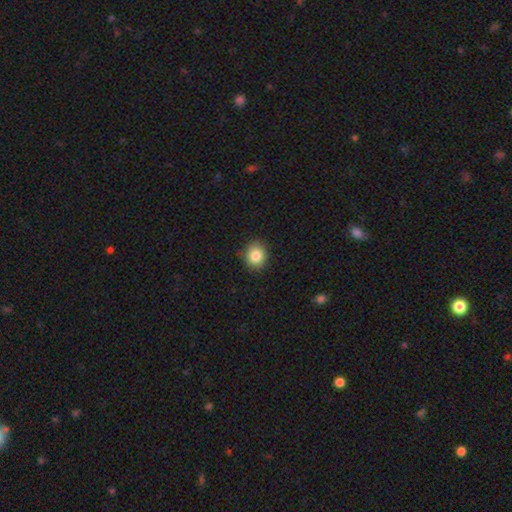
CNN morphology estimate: smooth 84%, star or artifact 10%, featured or disk 7%. Down the decision tree: how rounded — round (73%); merging — none (85%).